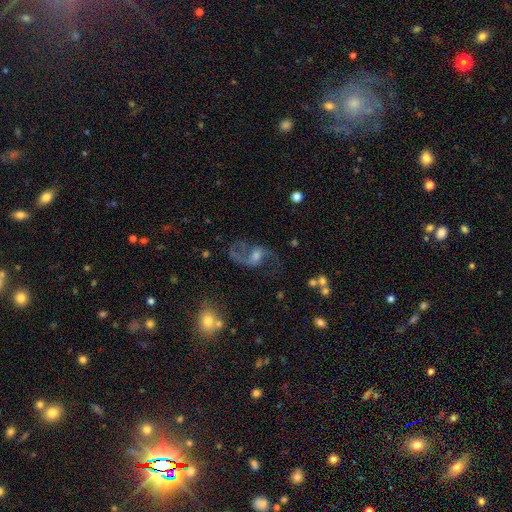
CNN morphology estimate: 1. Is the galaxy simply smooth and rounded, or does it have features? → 76% featured or disk, 13% smooth, 11% star or artifact.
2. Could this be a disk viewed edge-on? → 97% no, 3% yes.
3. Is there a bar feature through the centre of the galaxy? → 44% no (tied), 44% weak (tied), 12% strong.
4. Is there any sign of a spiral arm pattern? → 89% yes, 11% no.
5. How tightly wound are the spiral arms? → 72% loose, 24% medium, 4% tight.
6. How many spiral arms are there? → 84% 2, 8% 1, 4% can't tell, 2% 3, 1% 4, 1% more than 4.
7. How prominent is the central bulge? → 46% moderate, 34% small, 9% large, 9% none, 2% dominant.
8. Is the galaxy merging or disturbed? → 53% none, 26% major disturbance, 16% minor disturbance, 5% merger.